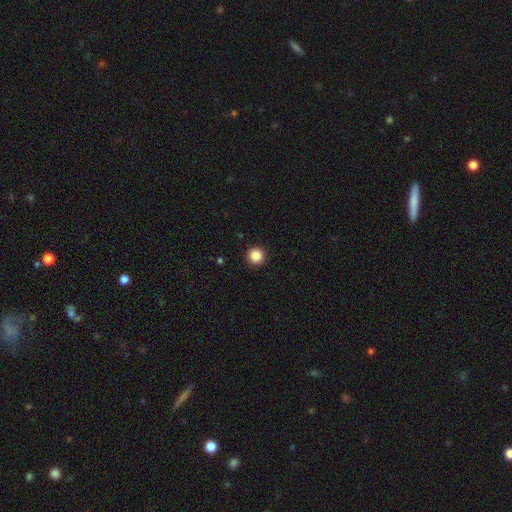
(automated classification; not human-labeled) smooth 87%, star or artifact 10%, featured or disk 3%. Down the decision tree: how rounded — round (96%); merging — none (94%).